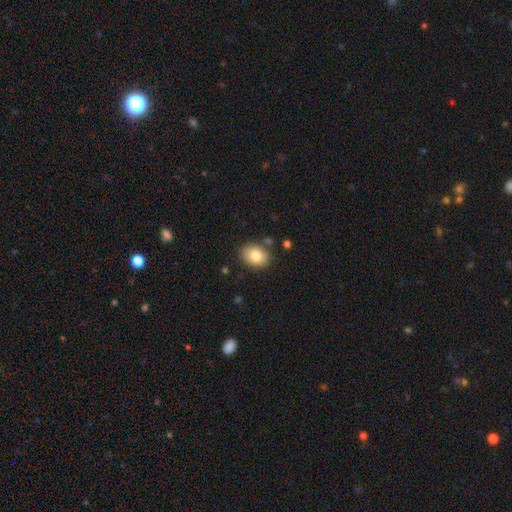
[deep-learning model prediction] Overall: smooth (82%). How rounded: in between (68%; round 31%). Merging: none (82%).